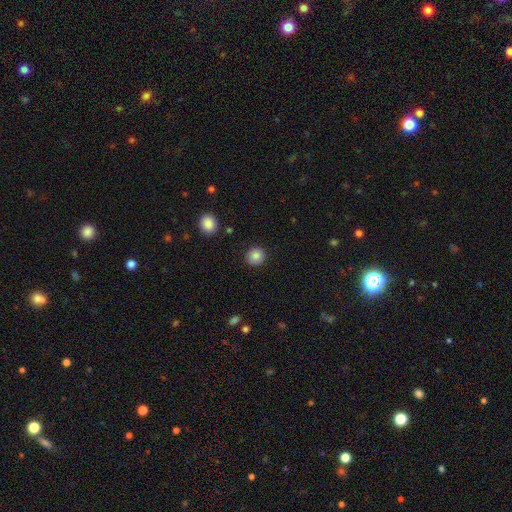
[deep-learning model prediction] Overall: smooth (85%). How rounded: round (91%). Merging: none (90%).